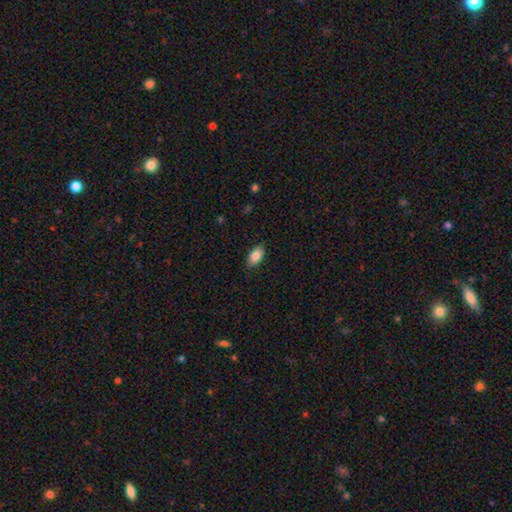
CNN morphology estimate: This is clearly a smooth galaxy (86%). How rounded: clearly in between (92%). Merging: clearly none (86%).